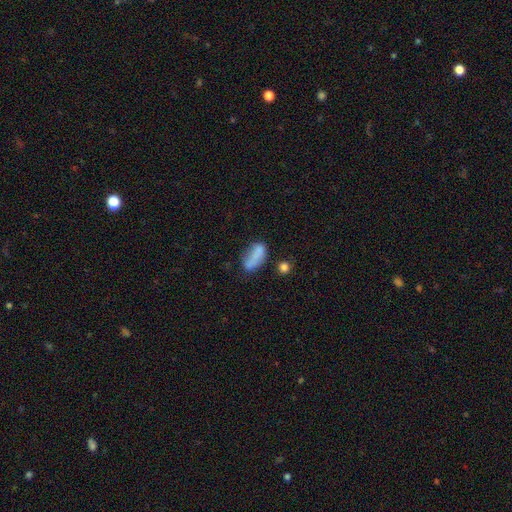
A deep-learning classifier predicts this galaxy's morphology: This appears to be a smooth galaxy with no disk features (74%) that is in between round and cigar-shaped (83%). Merging: none (44%).